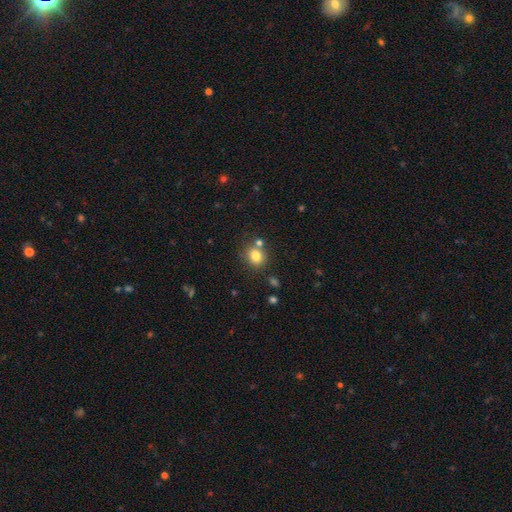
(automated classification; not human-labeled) Smooth or featured? smooth (80%)
How rounded? round (74%)
Merging? none (71%)